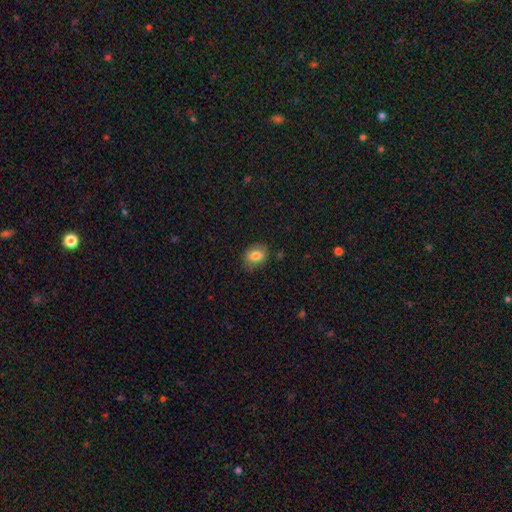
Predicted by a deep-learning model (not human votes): smooth-or-featured: smooth: 80% | featured or disk: 11% | star or artifact: 9%
  how-rounded: in between: 67% | round: 32% | cigar-shaped: 1%
  merging: none: 79% | minor disturbance: 16% | major disturbance: 4% | merger: 1%